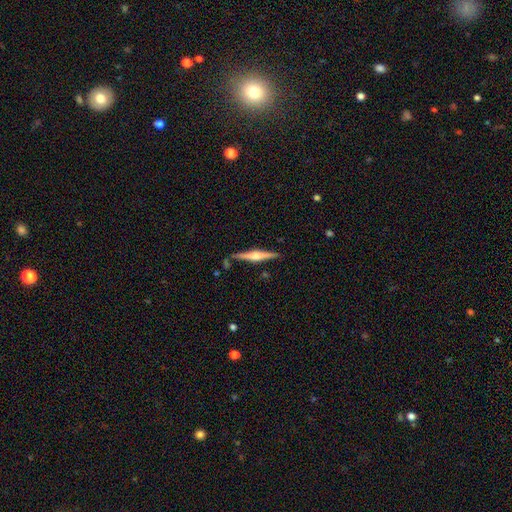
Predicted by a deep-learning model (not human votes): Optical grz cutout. It shows a featured or disk galaxy (75%) viewed edge-on (98%) with a rounded central bulge (84%). Merging: none (86%).